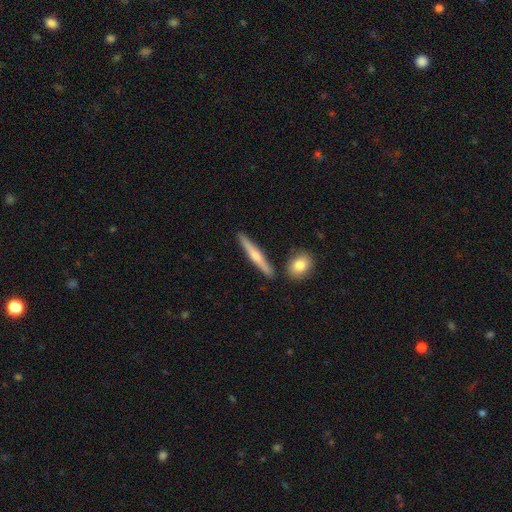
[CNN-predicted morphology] featured or disk 50%, smooth 45%, star or artifact 5%. Down the decision tree: merging — none (87%).